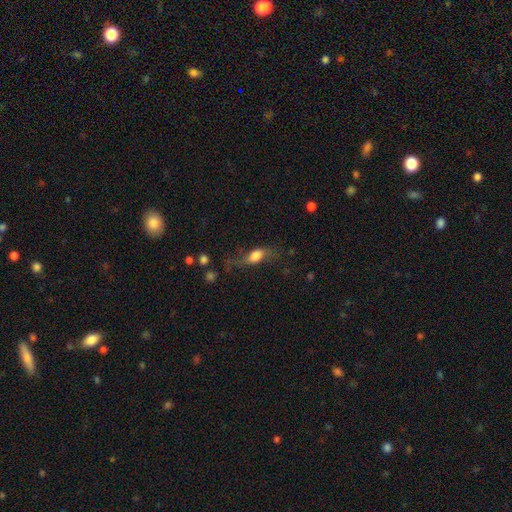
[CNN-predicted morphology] Smooth or featured: smooth — 65% (featured or disk — 26%)
How rounded: in between — 76% (cigar-shaped — 14%)
Merging: none — 44% (major disturbance — 27%)